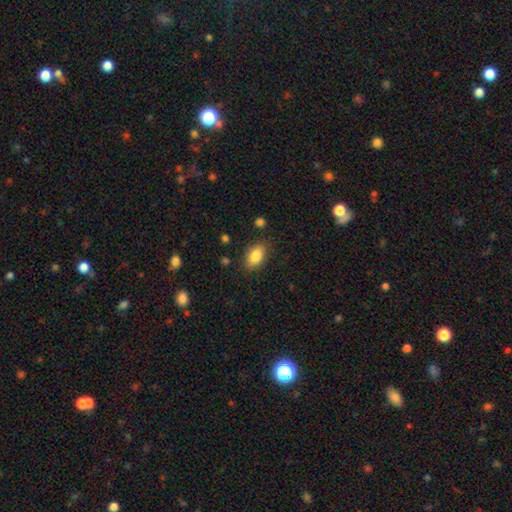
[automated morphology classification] Smooth or featured: smooth — 85% (featured or disk — 8%)
How rounded: in between — 91% (round — 7%)
Merging: none — 83% (minor disturbance — 12%)